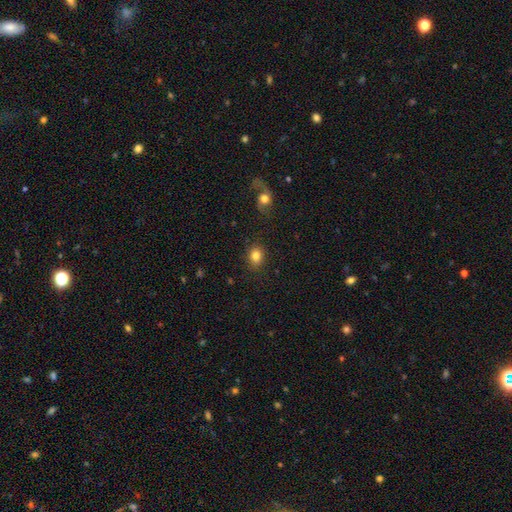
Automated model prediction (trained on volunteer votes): Smooth or featured?
  - smooth: 83% *
  - star or artifact: 10%
  - featured or disk: 7%
How rounded?
  - round: 53% *
  - in between: 46%
  - cigar-shaped: 1%
Merging?
  - none: 85% *
  - minor disturbance: 9%
  - major disturbance: 3%
  - merger: 2%